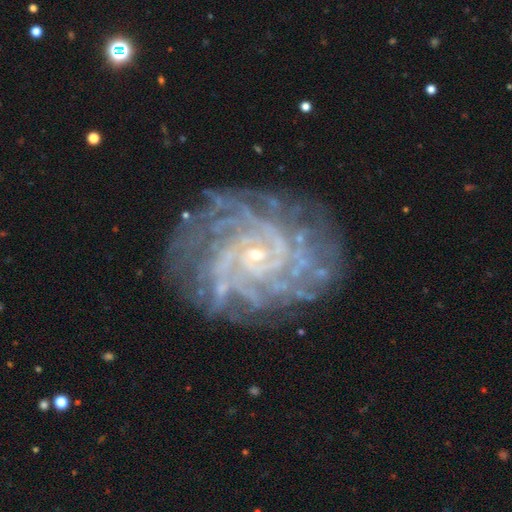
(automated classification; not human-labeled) smooth_or_featured: featured or disk (p=0.91) [alt: star or artifact p=0.06]
disk_edge_on: no (p=0.98) [alt: yes p=0.02]
bar: no (p=0.70) [alt: weak p=0.22]
has_spiral_arms: yes (p=0.98) [alt: no p=0.02]
spiral_winding: tight (p=0.78) [alt: medium p=0.19]
spiral_arm_count: more than 4 (p=0.22) [alt: 4 p=0.21]
bulge_size: small (p=0.85) [alt: moderate p=0.10]
merging: none (p=0.78) [alt: minor disturbance p=0.14]